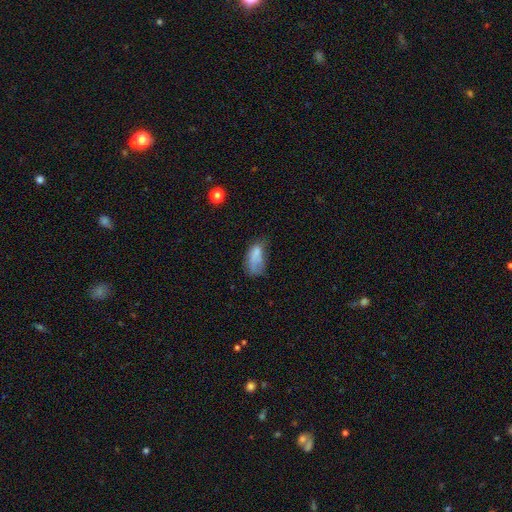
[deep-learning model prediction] smooth_or_featured: smooth (p=0.69) [alt: featured or disk p=0.19]
how_rounded: in between (p=0.89) [alt: cigar-shaped p=0.06]
merging: major disturbance (p=0.32) [alt: minor disturbance p=0.31]